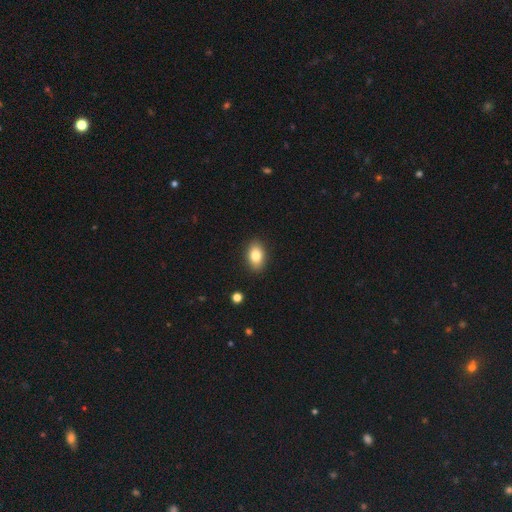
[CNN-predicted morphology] This is clearly a smooth galaxy (82%). How rounded: clearly in between (87%). Merging: clearly none (89%).